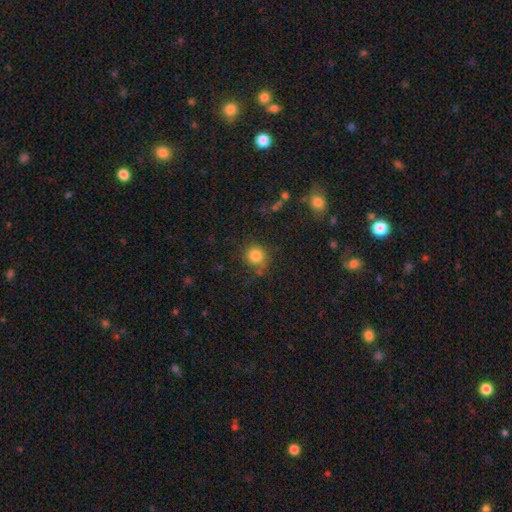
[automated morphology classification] smooth 82%, star or artifact 11%, featured or disk 7%. Down the decision tree: how rounded — round (89%); merging — none (76%).